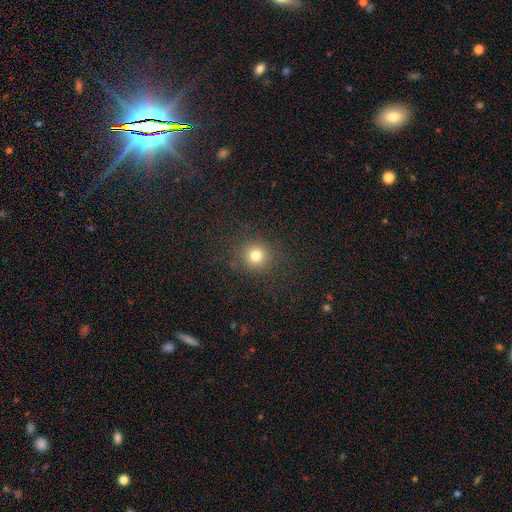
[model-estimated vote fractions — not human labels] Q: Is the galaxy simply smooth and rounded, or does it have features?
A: smooth — 79%.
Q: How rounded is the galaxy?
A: round — 92%.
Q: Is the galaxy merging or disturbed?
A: none — 88%.